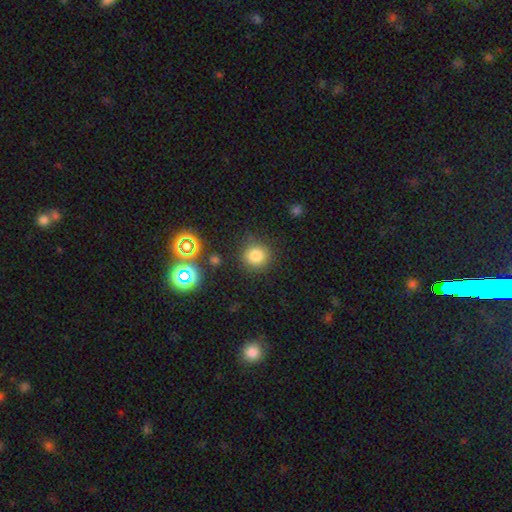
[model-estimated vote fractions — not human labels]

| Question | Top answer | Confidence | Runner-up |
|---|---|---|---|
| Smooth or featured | smooth | 79% | star or artifact (15%) |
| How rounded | round | 90% | in between (9%) |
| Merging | none | 83% | minor disturbance (10%) |